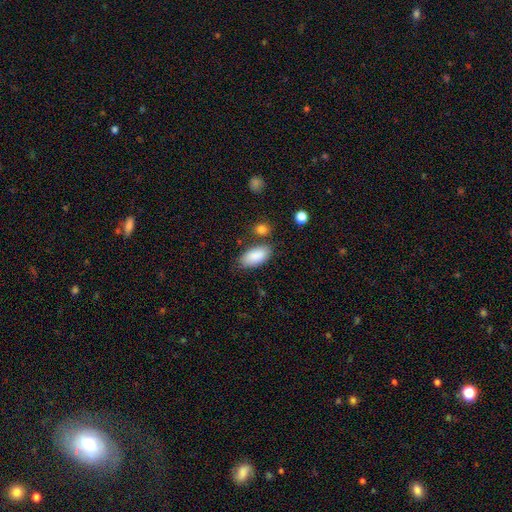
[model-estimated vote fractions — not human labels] A smooth galaxy with no disk features (89%) that is in between round and cigar-shaped (93%). Merging: none (75%).